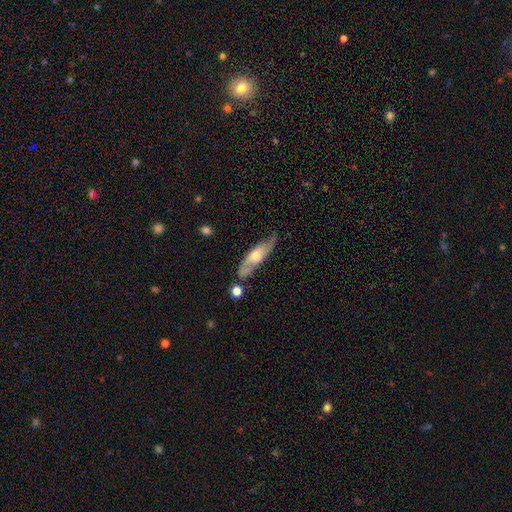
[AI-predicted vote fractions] Smooth or featured: featured or disk — 58% (smooth — 36%)
Edge-on disk: no — 54% (yes — 46%)
Merging: none — 73% (minor disturbance — 18%)